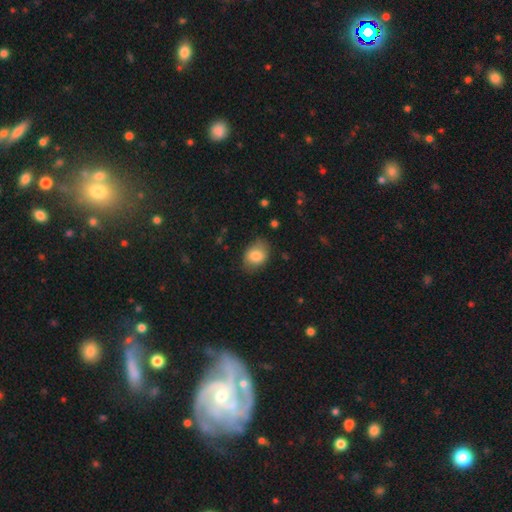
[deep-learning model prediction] smooth 81%, featured or disk 11%, star or artifact 8%. Down the decision tree: how rounded — in between (65%); merging — none (71%).